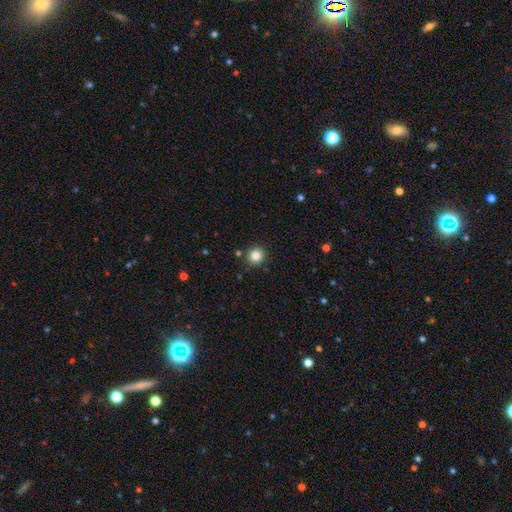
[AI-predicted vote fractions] Q: Smooth or featured?
A: smooth (83%); runner-up: star or artifact (12%)
Q: How rounded?
A: round (93%); runner-up: in between (6%)
Q: Merging?
A: none (88%); runner-up: minor disturbance (7%)